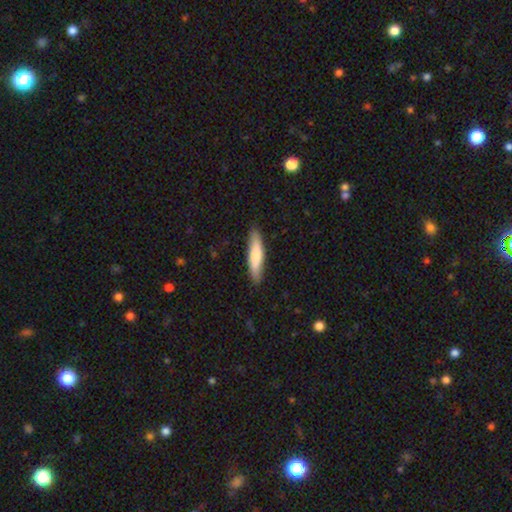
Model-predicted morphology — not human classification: Smooth or featured?
  - smooth: 74% *
  - featured or disk: 21%
  - star or artifact: 5%
How rounded?
  - cigar-shaped: 80% *
  - in between: 19%
  - round: 1%
Merging?
  - none: 88% *
  - minor disturbance: 10%
  - major disturbance: 2%
  - merger: 1%